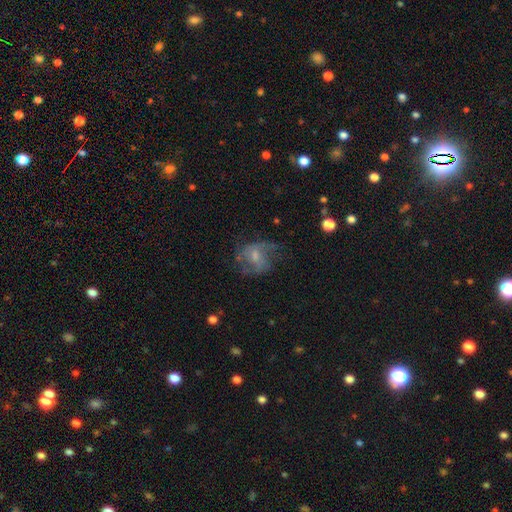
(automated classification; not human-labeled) The model was most divided on "bar": no: 48%, weak: 43%, strong: 9%. Remaining: edge-on disk — no (97%); spiral arms — yes (71%); smooth or featured — featured or disk (60%); merging — none (45%); bulge size — small (44%).